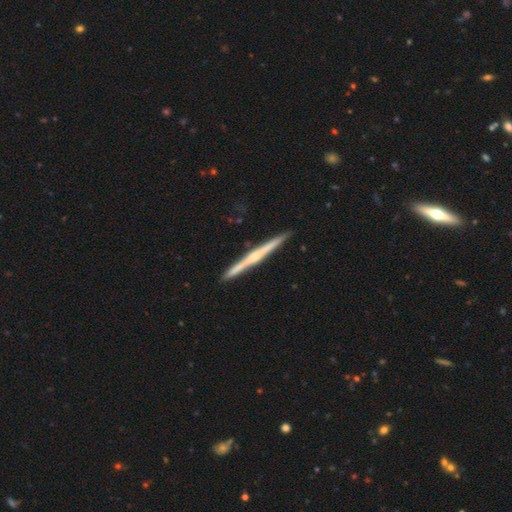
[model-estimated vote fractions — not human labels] Morphology: type=featured or disk (74%); edge-on=yes (98%); edge-on bulge=rounded (62%); merging=none (92%).